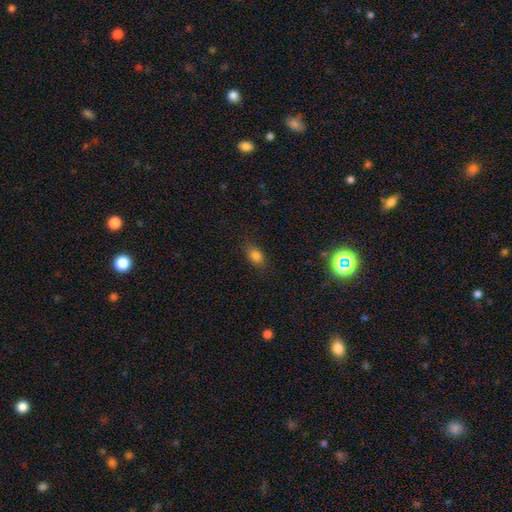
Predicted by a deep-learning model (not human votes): A smooth galaxy with no disk features (80%) that is in between round and cigar-shaped (77%).

Vote fractions:
- Smooth or featured? smooth: 80% / star or artifact: 12% / featured or disk: 7%
- How rounded? in between: 77% / round: 19% / cigar-shaped: 4%
- Merging? none: 79% / minor disturbance: 15% / major disturbance: 4% / merger: 1%